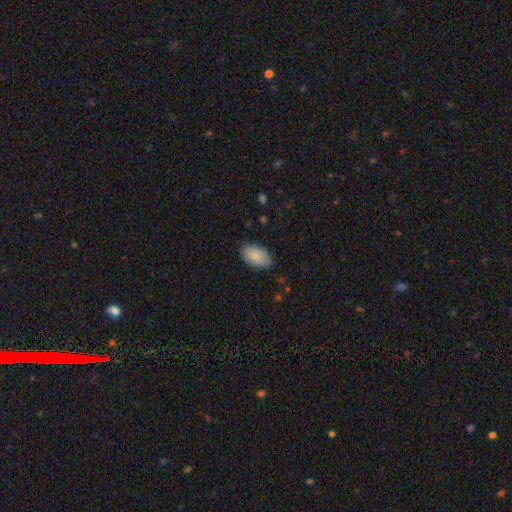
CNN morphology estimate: Overall: smooth (87%). How rounded: in between (93%). Merging: none (82%).